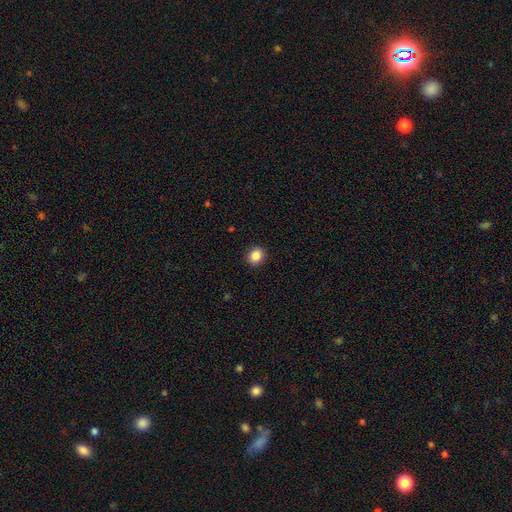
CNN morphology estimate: smooth-or-featured: smooth: 86% | star or artifact: 10% | featured or disk: 4%
  how-rounded: round: 78% | in between: 21% | cigar-shaped: 1%
  merging: none: 91% | minor disturbance: 6% | major disturbance: 2% | merger: 1%